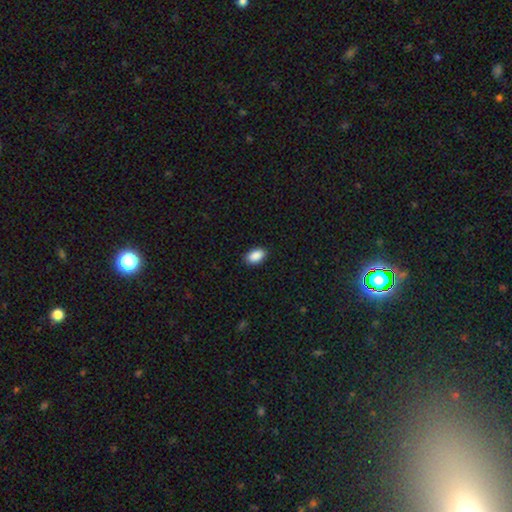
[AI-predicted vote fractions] Overall: smooth (90%). How rounded: in between (92%). Merging: none (89%).